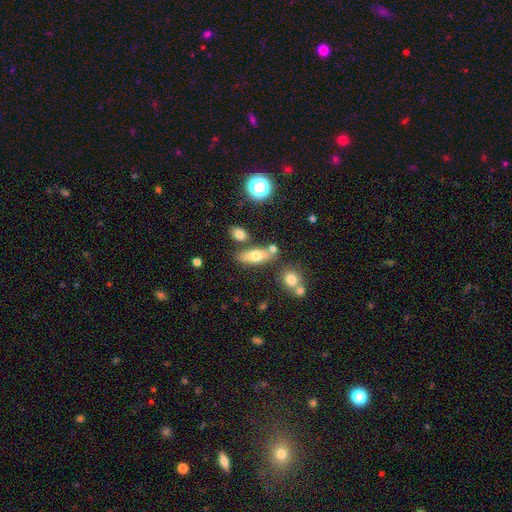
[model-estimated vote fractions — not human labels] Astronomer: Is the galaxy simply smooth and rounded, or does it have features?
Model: smooth — 66%.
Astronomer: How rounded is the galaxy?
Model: in between — 63%.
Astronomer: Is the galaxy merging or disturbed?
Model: none — 69%.